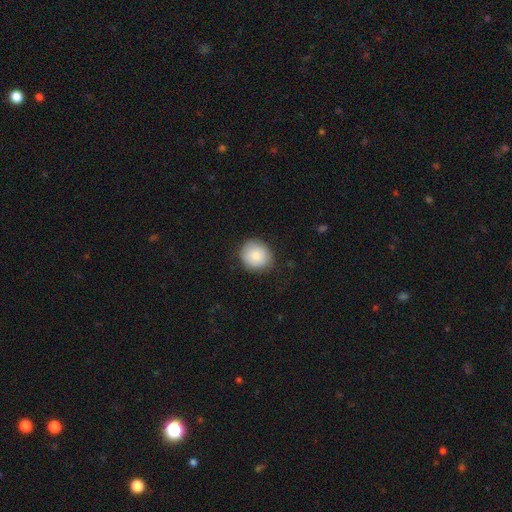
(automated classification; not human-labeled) Q: Smooth or featured?
A: smooth (85%); runner-up: featured or disk (8%)
Q: How rounded?
A: round (86%); runner-up: in between (13%)
Q: Merging?
A: none (84%); runner-up: minor disturbance (12%)